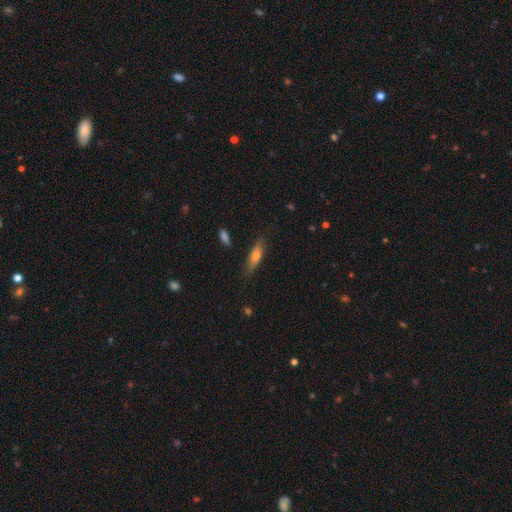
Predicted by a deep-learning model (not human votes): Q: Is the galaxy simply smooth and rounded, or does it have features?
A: smooth — 58%.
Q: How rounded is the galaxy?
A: cigar-shaped — 69%.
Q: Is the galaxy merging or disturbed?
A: none — 80%.